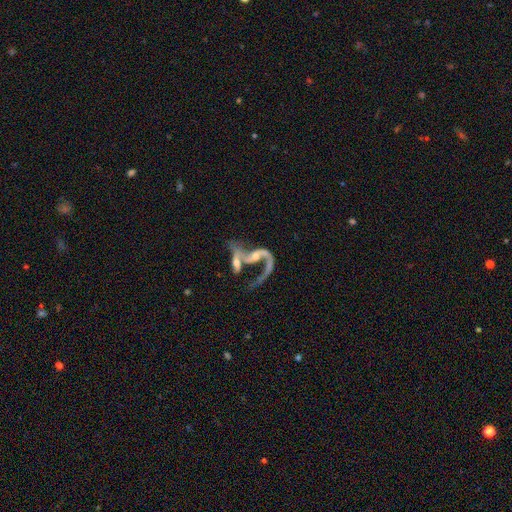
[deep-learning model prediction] Q: Smooth or featured?
A: featured or disk (78%); runner-up: smooth (14%)
Q: Edge-on disk?
A: no (93%); runner-up: yes (7%)
Q: Bar?
A: no (58%); runner-up: weak (30%)
Q: Spiral arms?
A: yes (78%); runner-up: no (22%)
Q: Spiral winding?
A: loose (83%); runner-up: medium (13%)
Q: Spiral arm count?
A: 2 (49%); runner-up: 1 (43%)
Q: Bulge size?
A: small (41%); runner-up: moderate (34%)
Q: Merging?
A: merger (56%); runner-up: major disturbance (23%)